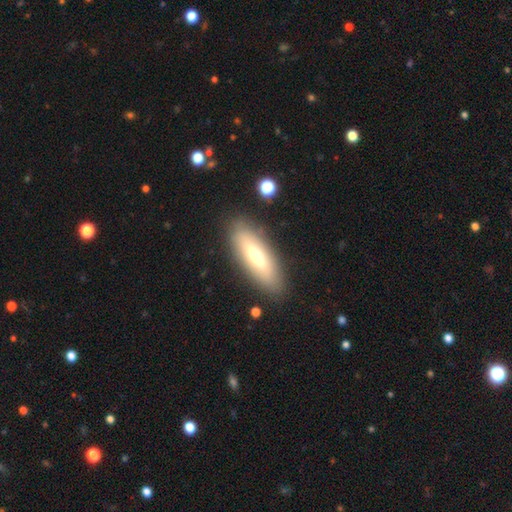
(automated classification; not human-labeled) smooth_or_featured: smooth (p=0.51) [alt: featured or disk p=0.42]
how_rounded: in between (p=0.54) [alt: cigar-shaped p=0.44]
merging: none (p=0.83) [alt: minor disturbance p=0.11]